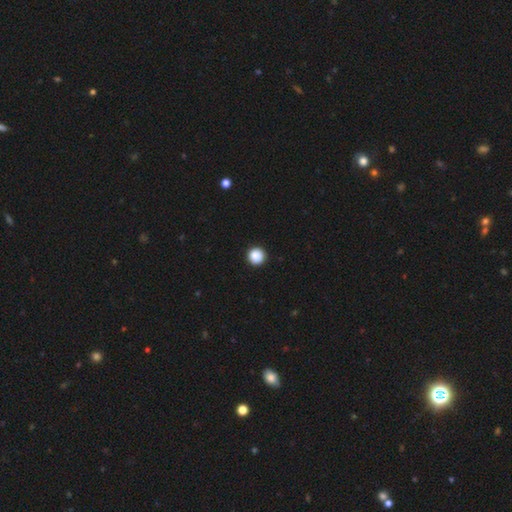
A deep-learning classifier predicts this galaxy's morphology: smooth_or_featured: smooth (p=0.88) [alt: star or artifact p=0.09]
how_rounded: round (p=0.96) [alt: in between p=0.03]
merging: none (p=0.93) [alt: minor disturbance p=0.04]